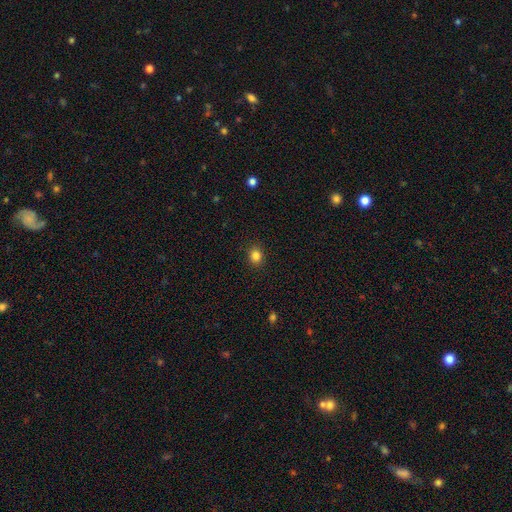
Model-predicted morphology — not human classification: This is clearly a smooth galaxy (84%). How rounded: likely round (71%). Merging: clearly none (90%).